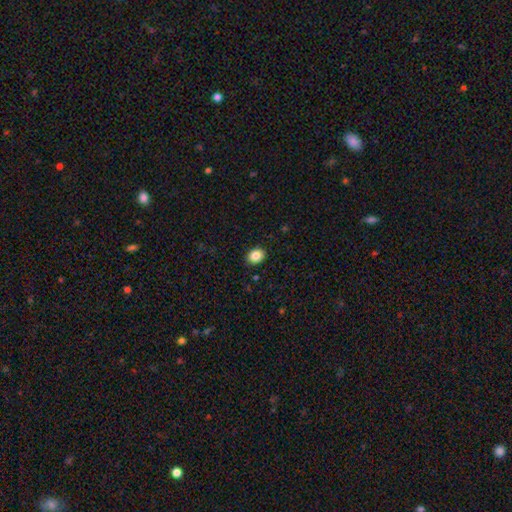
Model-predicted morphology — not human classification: Overall: smooth (86%). How rounded: in between (60%; round 39%). Merging: none (89%).